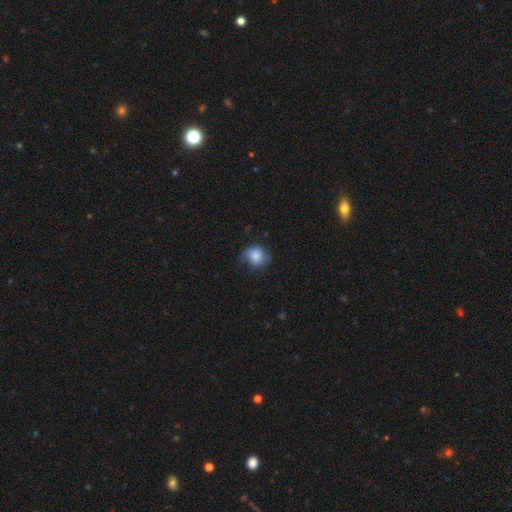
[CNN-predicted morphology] smooth 75%, featured or disk 17%, star or artifact 8%. Down the decision tree: how rounded — round (71%); merging — none (52%).